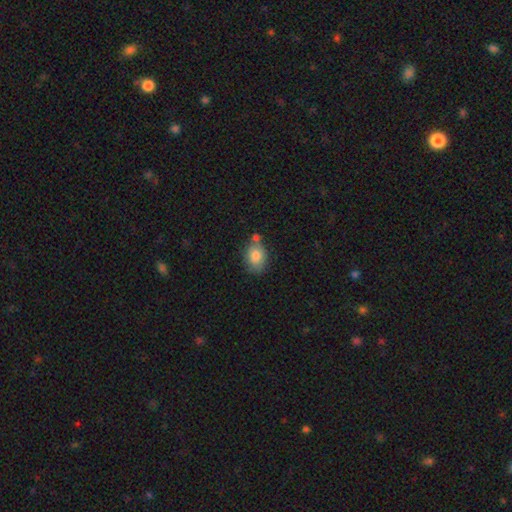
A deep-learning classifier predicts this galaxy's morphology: Overall: smooth (82%). How rounded: in between (76%). Merging: none (55%; minor disturbance 21%).